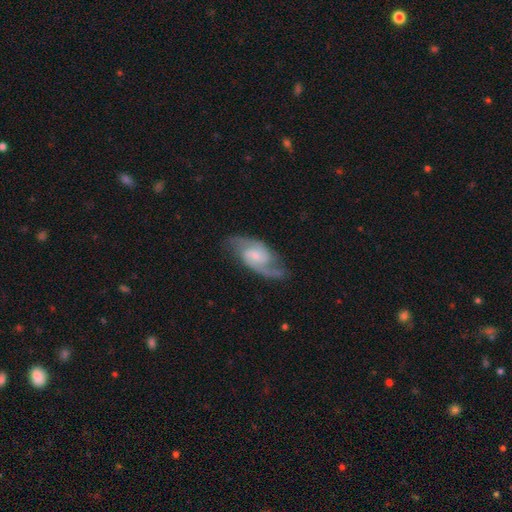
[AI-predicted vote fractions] Smooth or featured? featured or disk (88%)
Edge-on disk? no (96%)
Bar? weak (52%)
Spiral arms? yes (97%)
Spiral winding? medium (57%)
Spiral arm count? 2 (91%)
Bulge size? small (45%)
Merging? none (77%)